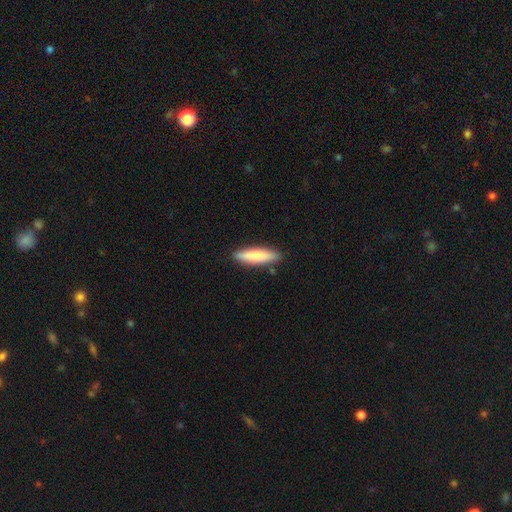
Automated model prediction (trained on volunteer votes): smooth 80%, featured or disk 14%, star or artifact 6%. Down the decision tree: how rounded — cigar-shaped (77%); merging — none (86%).